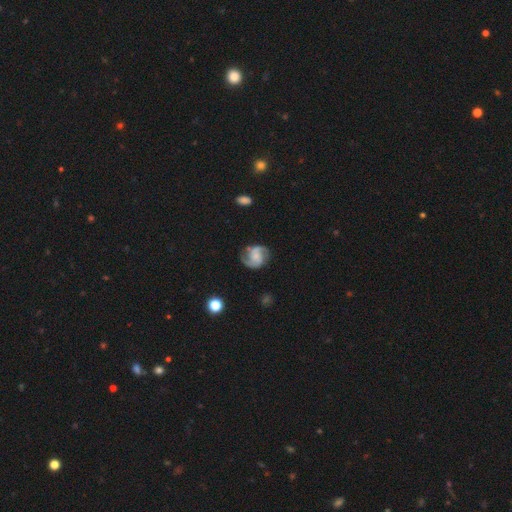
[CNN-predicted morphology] This appears to be a featured or disk galaxy (84%) with no bar (56%), 2 (86%) medium (54%) spiral arms (97%) and a small central bulge (42%). Merging: none (75%).